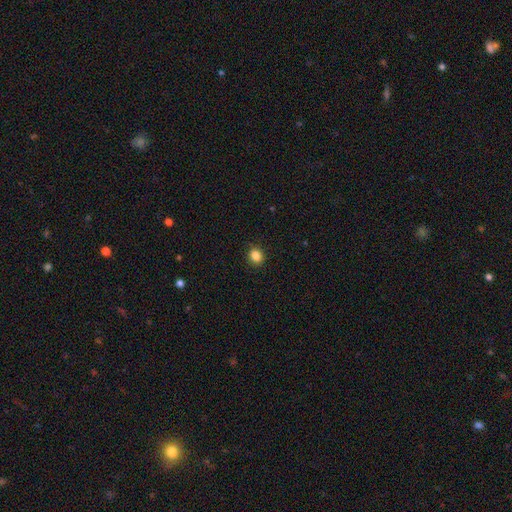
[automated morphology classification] type=smooth (85%); roundness=round (71%); merging=none (89%).